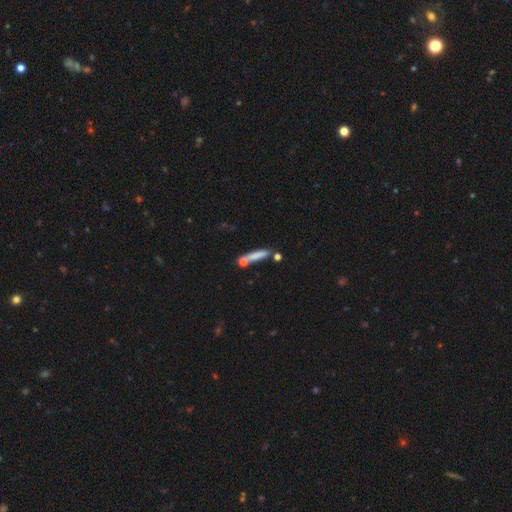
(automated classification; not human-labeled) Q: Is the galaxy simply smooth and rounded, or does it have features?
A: smooth — 72%.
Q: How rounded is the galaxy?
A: cigar-shaped — 88%.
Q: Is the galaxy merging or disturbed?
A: none — 68%.